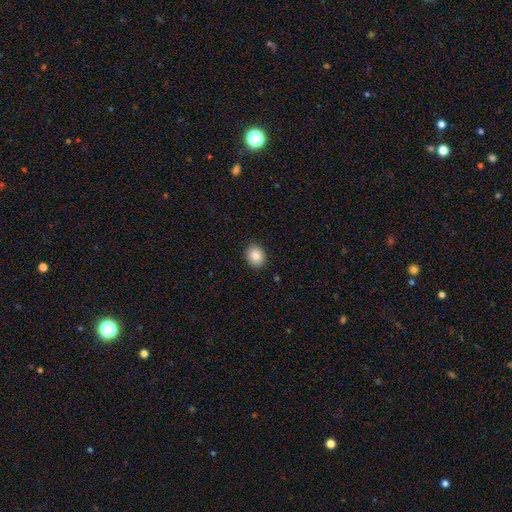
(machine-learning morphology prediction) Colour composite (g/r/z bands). It shows a smooth galaxy with no disk features (86%) that is round (57%). Merging: none (90%).